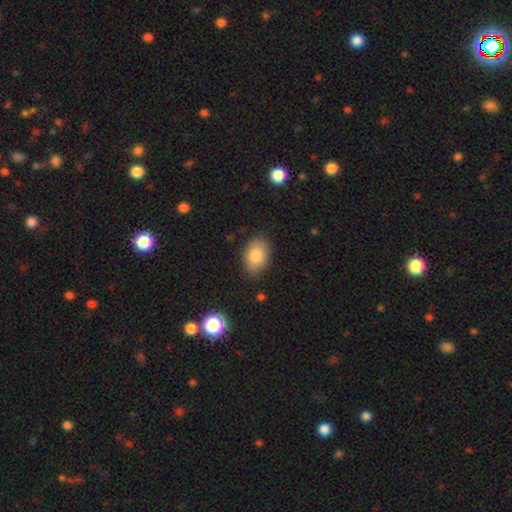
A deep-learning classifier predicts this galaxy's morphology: type=smooth (82%); roundness=in between (86%); merging=none (80%).